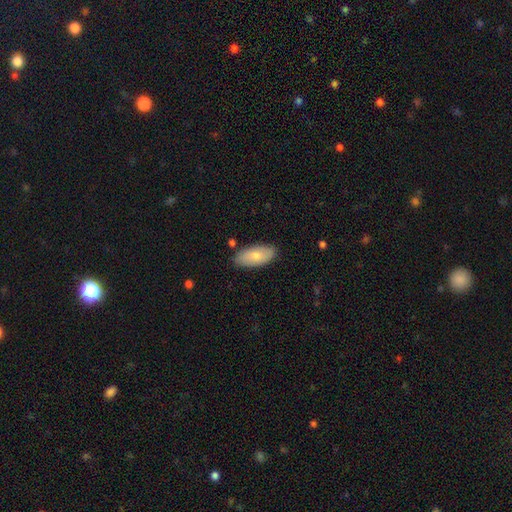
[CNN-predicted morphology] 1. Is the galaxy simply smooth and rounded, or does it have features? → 77% smooth, 17% featured or disk, 6% star or artifact.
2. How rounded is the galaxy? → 89% in between, 8% cigar-shaped, 2% round.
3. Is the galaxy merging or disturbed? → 84% none, 12% minor disturbance, 2% major disturbance, 2% merger.